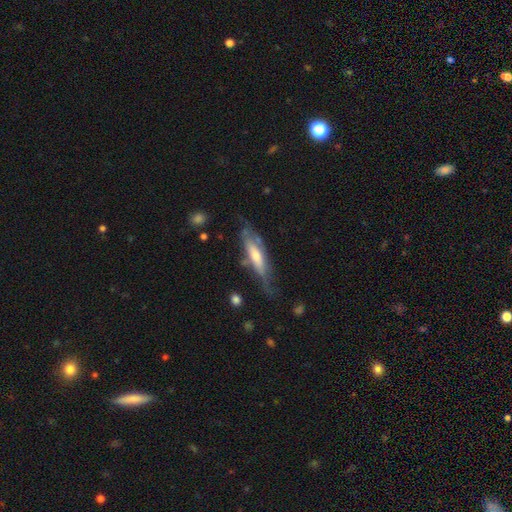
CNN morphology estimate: featured or disk 58%, smooth 36%, star or artifact 6%. Down the decision tree: edge-on disk — yes (60%); merging — none (53%).